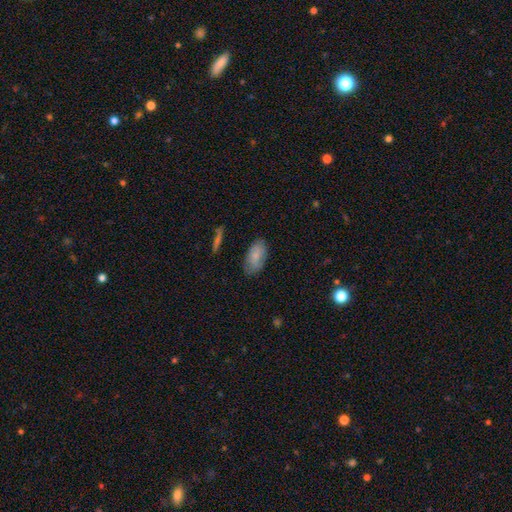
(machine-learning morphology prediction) This is likely a smooth galaxy (78%). How rounded: clearly in between (93%). Merging: likely none (78%).